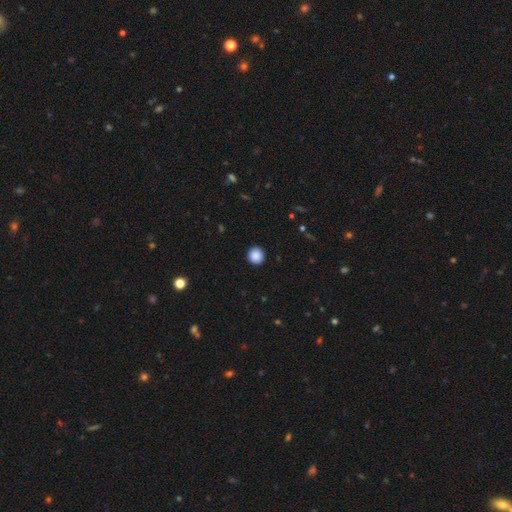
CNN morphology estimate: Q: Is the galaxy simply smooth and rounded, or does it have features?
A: smooth — 89%.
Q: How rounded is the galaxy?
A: round — 95%.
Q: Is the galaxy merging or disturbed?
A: none — 93%.